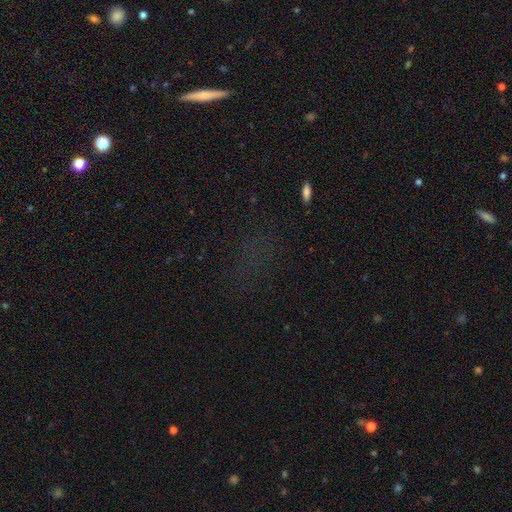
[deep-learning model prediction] Overall: star or artifact (59%; smooth 27%).